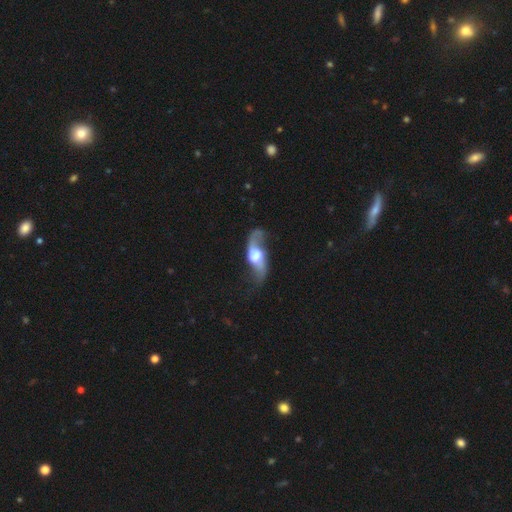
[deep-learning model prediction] A featured or disk galaxy (79%) with a weak bar (41%), 2 (90%) loose (81%) spiral arms (91%) and a moderate central bulge (47%).

Vote fractions:
- Smooth or featured? featured or disk: 79% / smooth: 15% / star or artifact: 6%
- Edge-on disk? no: 90% / yes: 10%
- Bar? weak: 41% / no: 38% / strong: 21%
- Spiral arms? yes: 91% / no: 9%
- Spiral winding? loose: 81% / medium: 15% / tight: 4%
- Spiral arm count? 2: 90% / 1: 4% / can't tell: 3% / 3: 1% / 4: 1% / more than 4: 1%
- Bulge size? moderate: 47% / large: 37% / small: 9% / dominant: 4% / none: 3%
- Merging? none: 57% / major disturbance: 20% / minor disturbance: 20% / merger: 4%